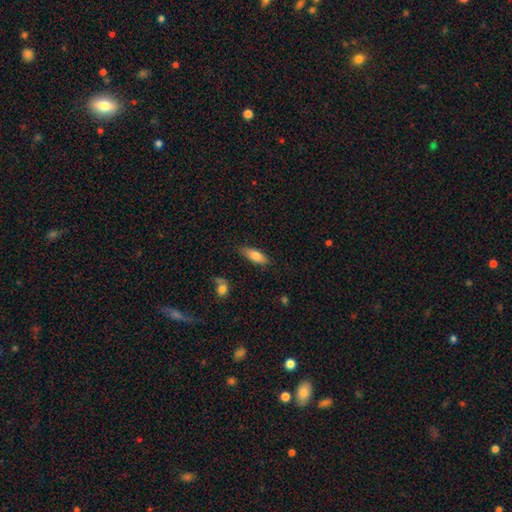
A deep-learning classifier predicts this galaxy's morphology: smooth-or-featured: smooth: 78% | featured or disk: 16% | star or artifact: 7%
  how-rounded: in between: 64% | cigar-shaped: 34% | round: 2%
  merging: none: 80% | minor disturbance: 14% | major disturbance: 3% | merger: 2%